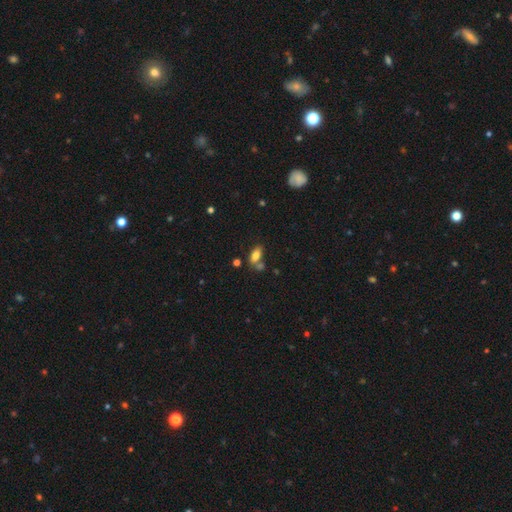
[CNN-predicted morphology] Smooth or featured: smooth — 78% (featured or disk — 12%)
How rounded: in between — 88% (cigar-shaped — 8%)
Merging: none — 58% (merger — 23%)